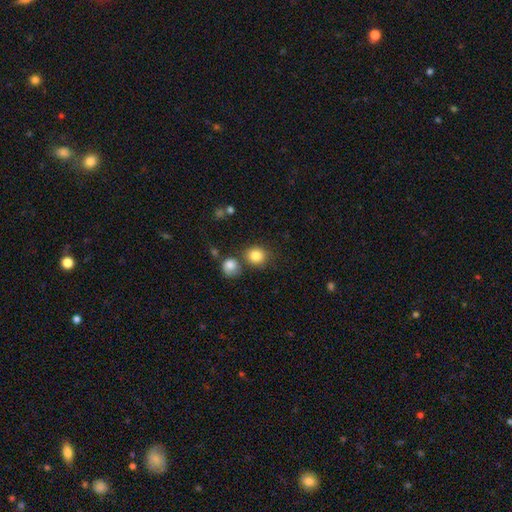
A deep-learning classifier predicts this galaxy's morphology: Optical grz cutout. It shows a smooth galaxy with no disk features (84%) that is round (85%). Merging: none (70%).